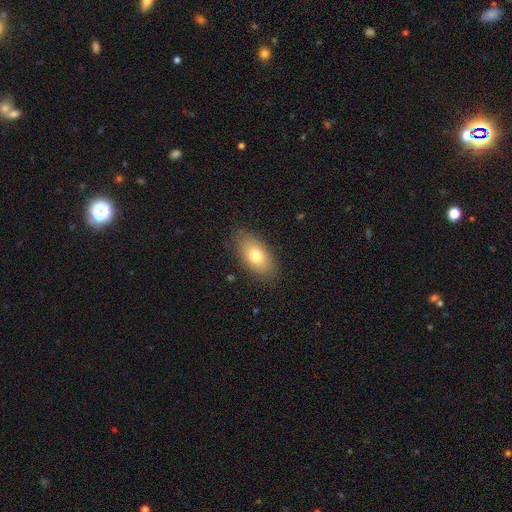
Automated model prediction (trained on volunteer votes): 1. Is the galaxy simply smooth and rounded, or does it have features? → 76% smooth, 16% featured or disk, 8% star or artifact.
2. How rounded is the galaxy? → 90% in between, 5% round, 5% cigar-shaped.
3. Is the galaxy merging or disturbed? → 85% none, 11% minor disturbance, 3% major disturbance, 1% merger.